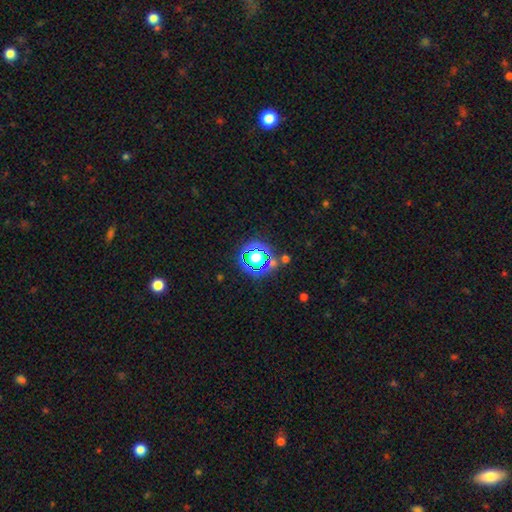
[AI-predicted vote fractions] star or artifact 53%, smooth 35%, featured or disk 12%.